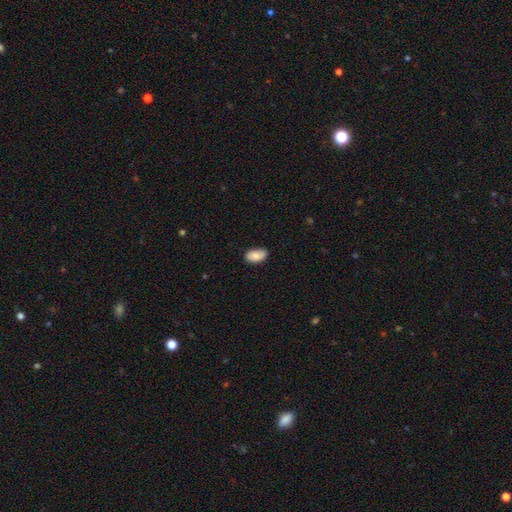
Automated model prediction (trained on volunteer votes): A smooth galaxy with no disk features (80%) that is in between round and cigar-shaped (94%).

Vote fractions:
- Smooth or featured? smooth: 80% / featured or disk: 13% / star or artifact: 7%
- How rounded? in between: 94% / round: 4% / cigar-shaped: 2%
- Merging? none: 76% / minor disturbance: 19% / major disturbance: 3% / merger: 1%